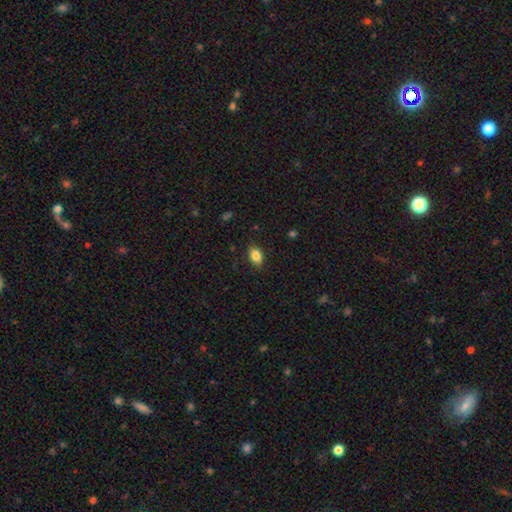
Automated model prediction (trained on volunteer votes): Smooth or featured? Predicted: smooth (p=0.85). How rounded? Predicted: in between (p=0.83). Merging? Predicted: none (p=0.86).